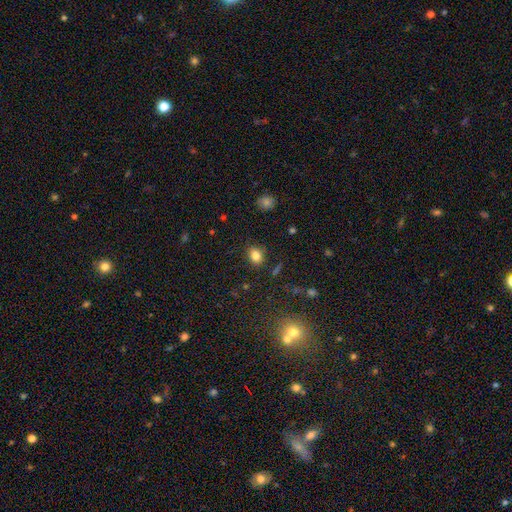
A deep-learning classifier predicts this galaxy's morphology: Overall: smooth (83%). How rounded: round (50%; in between 48%). Merging: none (85%).